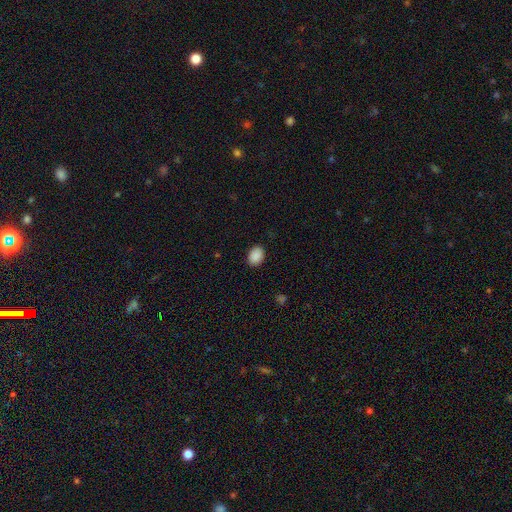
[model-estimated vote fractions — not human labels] This appears to be a smooth galaxy with no disk features (89%) that is in between round and cigar-shaped (72%). Merging: none (88%).